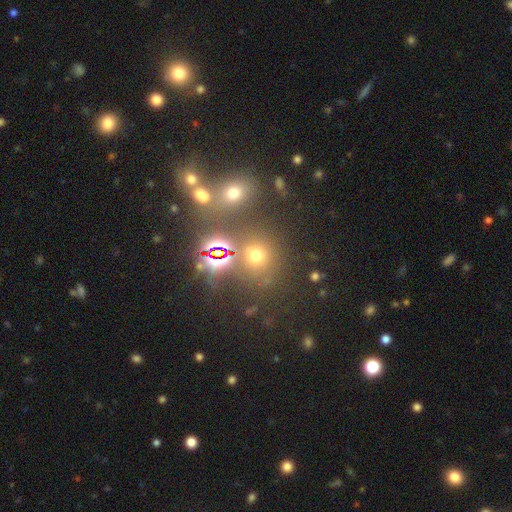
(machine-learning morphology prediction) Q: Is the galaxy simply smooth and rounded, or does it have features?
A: smooth — 57%.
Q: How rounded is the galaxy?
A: round — 81%.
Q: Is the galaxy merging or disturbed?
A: none — 66%.